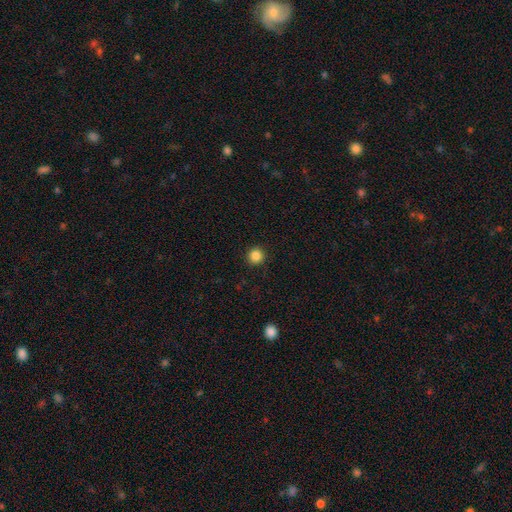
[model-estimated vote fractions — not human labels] Morphology: type=smooth (86%); roundness=round (94%); merging=none (92%).